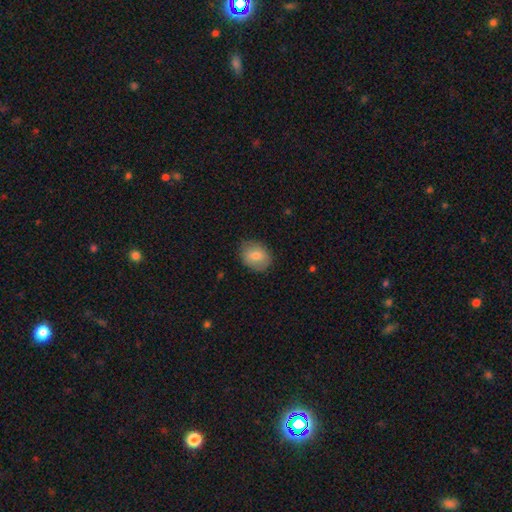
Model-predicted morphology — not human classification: smooth-or-featured: smooth: 78% | featured or disk: 15% | star or artifact: 7%
  how-rounded: in between: 53% | round: 46% | cigar-shaped: 1%
  merging: none: 80% | minor disturbance: 15% | major disturbance: 3% | merger: 1%